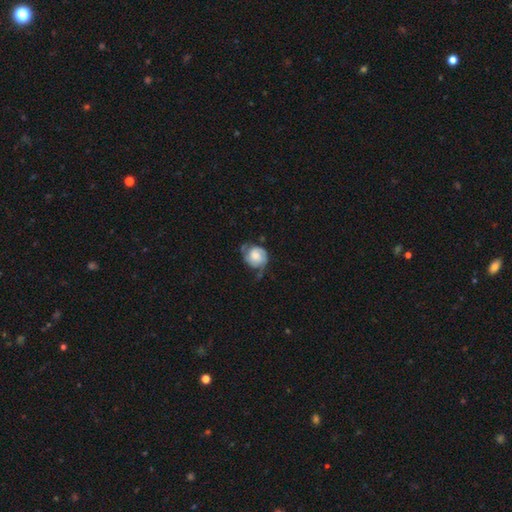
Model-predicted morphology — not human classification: A featured or disk galaxy (59%) with no bar (69%), 2 (71%) tight (49%) spiral arms (88%) and a moderate central bulge (33%).

Vote fractions:
- Smooth or featured? featured or disk: 59% / smooth: 34% / star or artifact: 8%
- Edge-on disk? no: 98% / yes: 2%
- Bar? no: 69% / weak: 25% / strong: 5%
- Spiral arms? yes: 88% / no: 12%
- Spiral winding? tight: 49% / medium: 35% / loose: 16%
- Spiral arm count? 2: 71% / can't tell: 14% / 1: 6% / 3: 5% / 4: 2% / more than 4: 2%
- Bulge size? moderate: 33% / large: 27% / small: 22% / none: 12% / dominant: 6%
- Merging? none: 47% / minor disturbance: 32% / major disturbance: 17% / merger: 3%